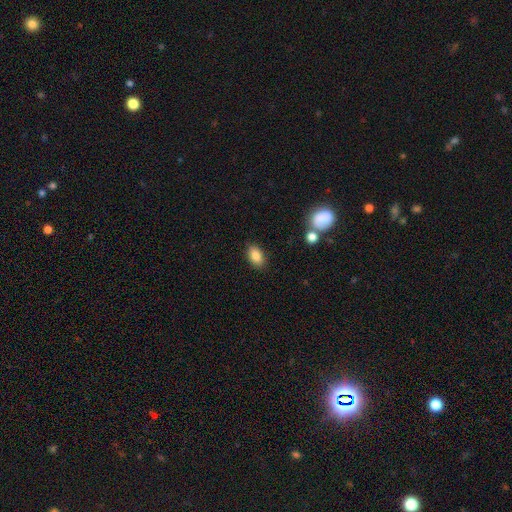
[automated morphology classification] Smooth or featured?
  - smooth: 85% *
  - star or artifact: 9%
  - featured or disk: 7%
How rounded?
  - in between: 89% *
  - round: 9%
  - cigar-shaped: 2%
Merging?
  - none: 85% *
  - minor disturbance: 10%
  - major disturbance: 3%
  - merger: 2%